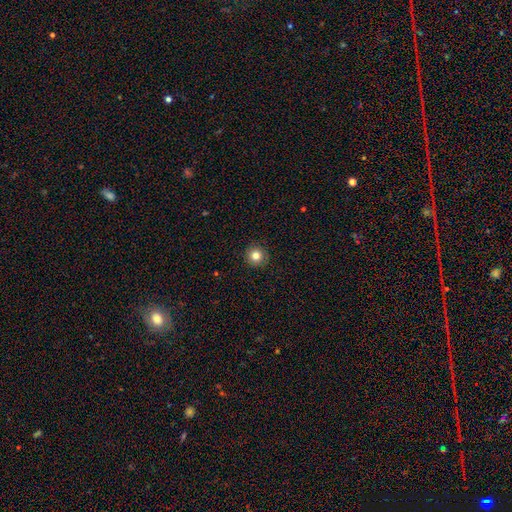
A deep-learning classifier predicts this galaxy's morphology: The model was most divided on "smooth or featured": smooth: 82%, star or artifact: 11%, featured or disk: 7%. More confident: how rounded — round (95%); merging — none (91%).